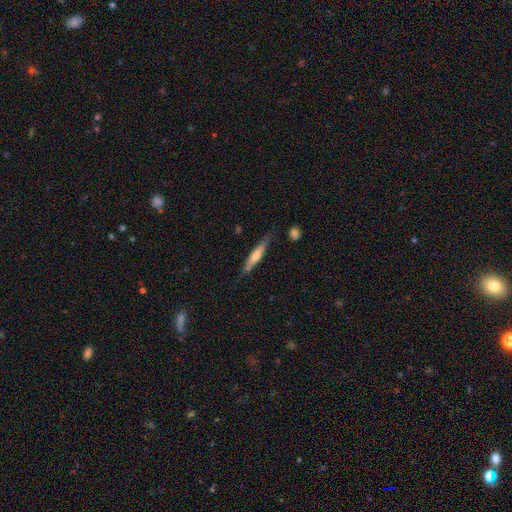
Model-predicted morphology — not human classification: A featured or disk galaxy (49%).

Vote fractions:
- Smooth or featured? featured or disk: 49% / smooth: 45% / star or artifact: 6%
- Merging? none: 79% / minor disturbance: 16% / major disturbance: 3% / merger: 3%